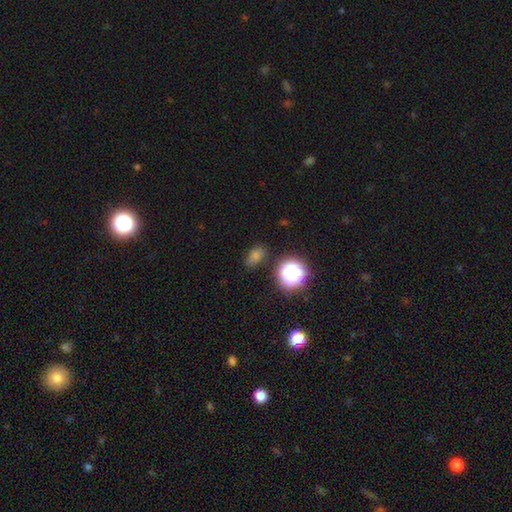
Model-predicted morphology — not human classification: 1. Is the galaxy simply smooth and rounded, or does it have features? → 60% smooth, 32% star or artifact, 8% featured or disk.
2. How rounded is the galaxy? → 66% in between, 31% round, 3% cigar-shaped.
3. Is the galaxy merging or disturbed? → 80% none, 13% minor disturbance, 4% major disturbance, 3% merger.